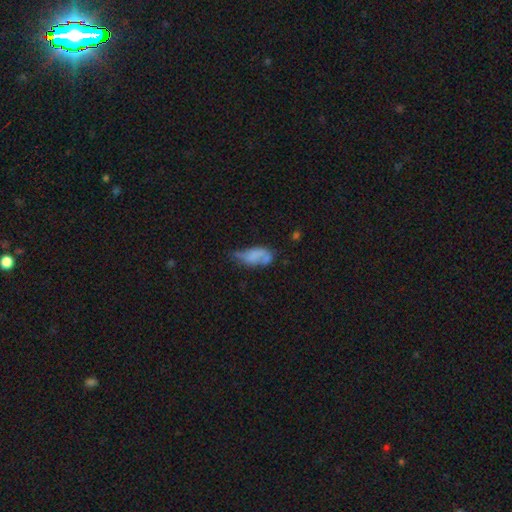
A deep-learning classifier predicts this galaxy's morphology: A smooth galaxy with no disk features (59%) that is in between round and cigar-shaped (83%). Merging: minor disturbance (32%).